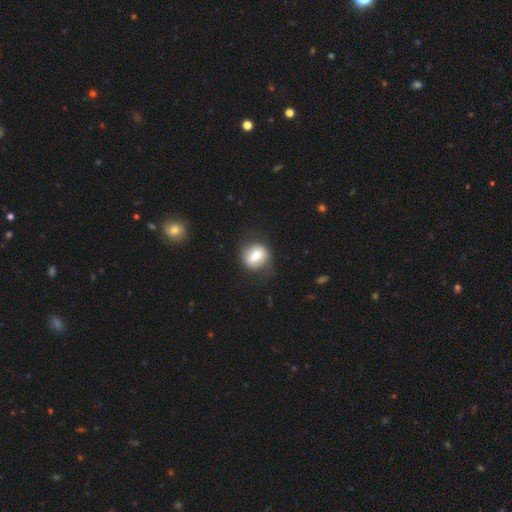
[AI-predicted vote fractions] A smooth galaxy with no disk features (69%) that is round (72%).

Vote fractions:
- Smooth or featured? smooth: 69% / featured or disk: 23% / star or artifact: 8%
- How rounded? round: 72% / in between: 26% / cigar-shaped: 1%
- Merging? none: 81% / minor disturbance: 13% / major disturbance: 5% / merger: 2%